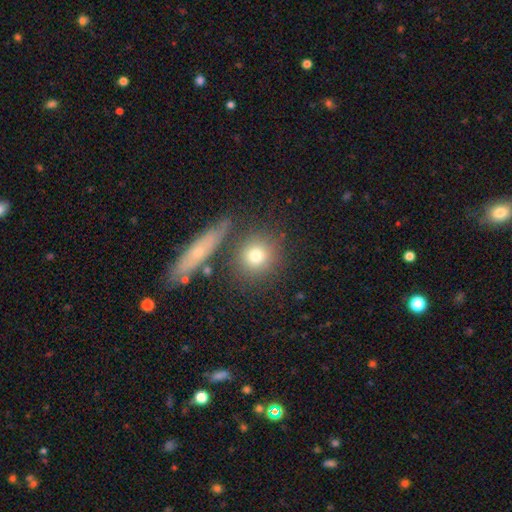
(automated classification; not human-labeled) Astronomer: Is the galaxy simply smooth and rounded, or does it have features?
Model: smooth — 73%.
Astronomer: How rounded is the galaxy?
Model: round — 85%.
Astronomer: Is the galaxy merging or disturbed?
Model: none — 77%.